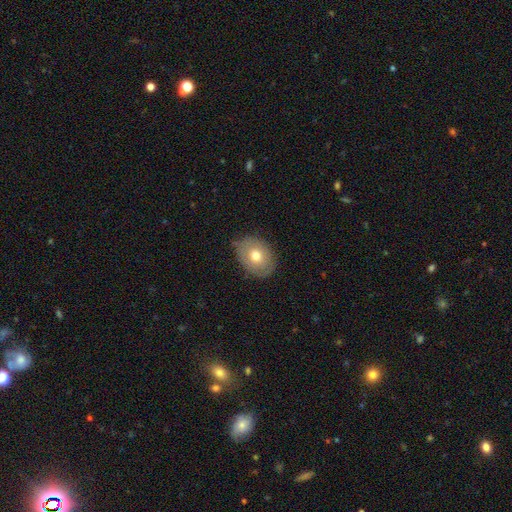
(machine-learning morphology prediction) A smooth galaxy with no disk features (65%) that is in between round and cigar-shaped (67%). Merging: none (75%).